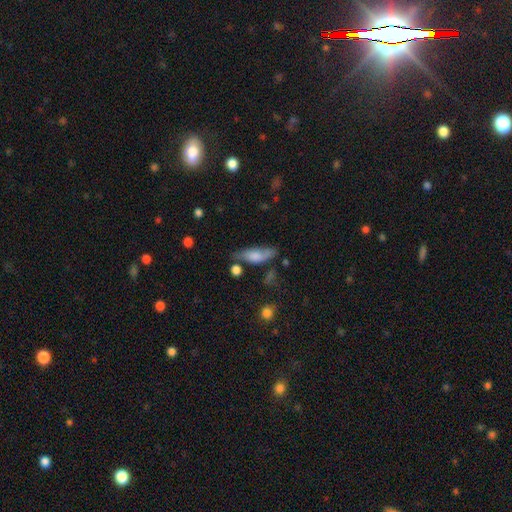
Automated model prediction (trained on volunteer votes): The model was most divided on "how rounded": in between: 60%, cigar-shaped: 37%, round: 3%. More confident: smooth or featured — smooth (64%); merging — none (53%).